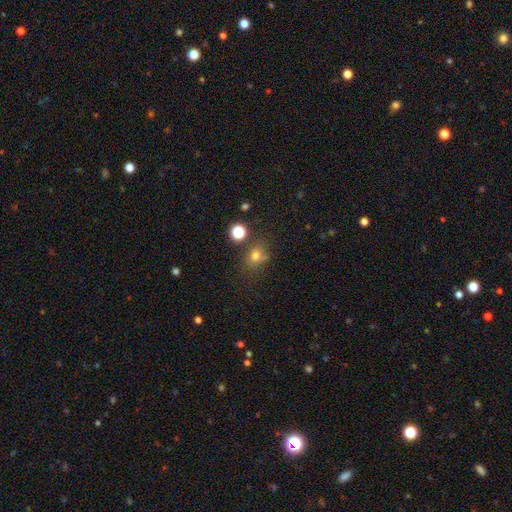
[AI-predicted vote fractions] smooth-or-featured: smooth: 71% | star or artifact: 19% | featured or disk: 10%
  how-rounded: round: 63% | in between: 36% | cigar-shaped: 1%
  merging: none: 66% | minor disturbance: 17% | merger: 10% | major disturbance: 7%